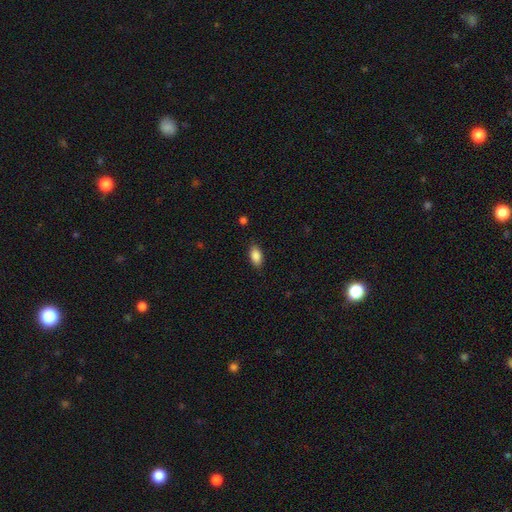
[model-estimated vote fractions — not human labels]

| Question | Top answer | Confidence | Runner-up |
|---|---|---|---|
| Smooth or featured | smooth | 87% | star or artifact (8%) |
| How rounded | in between | 91% | cigar-shaped (4%) |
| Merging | none | 86% | minor disturbance (11%) |